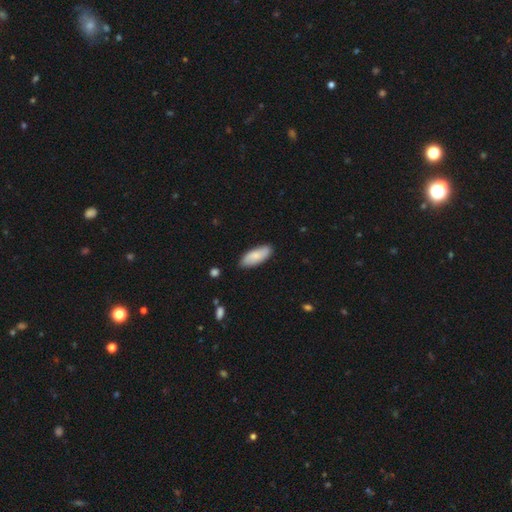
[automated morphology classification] A smooth galaxy with no disk features (79%) that is in between round and cigar-shaped (78%). Merging: none (84%).